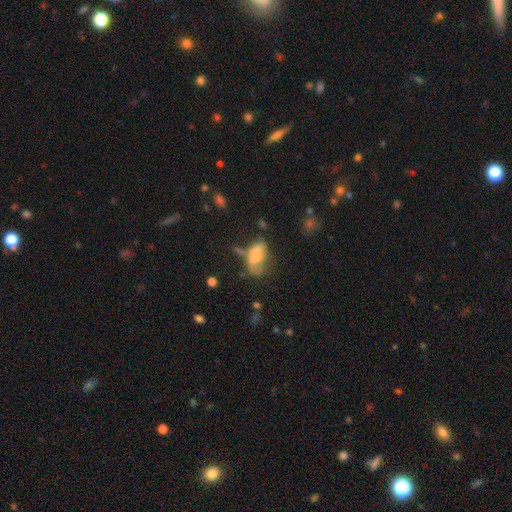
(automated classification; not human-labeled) Morphology: type=smooth (60%); roundness=in between (88%); merging=none (29%).